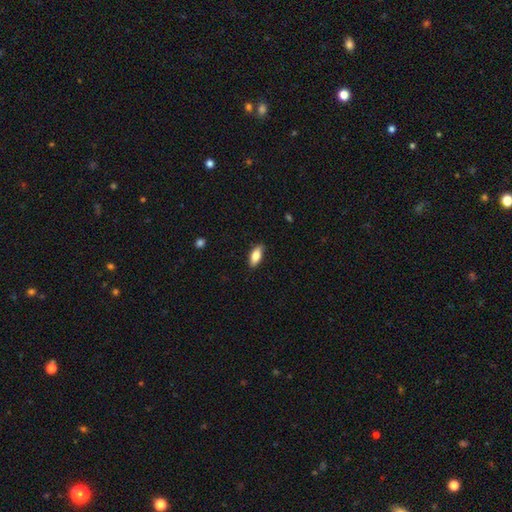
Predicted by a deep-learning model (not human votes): A smooth galaxy with no disk features (80%) that is in between round and cigar-shaped (82%).

Vote fractions:
- Smooth or featured? smooth: 80% / featured or disk: 13% / star or artifact: 6%
- How rounded? in between: 82% / cigar-shaped: 15% / round: 2%
- Merging? none: 86% / minor disturbance: 11% / major disturbance: 2% / merger: 1%